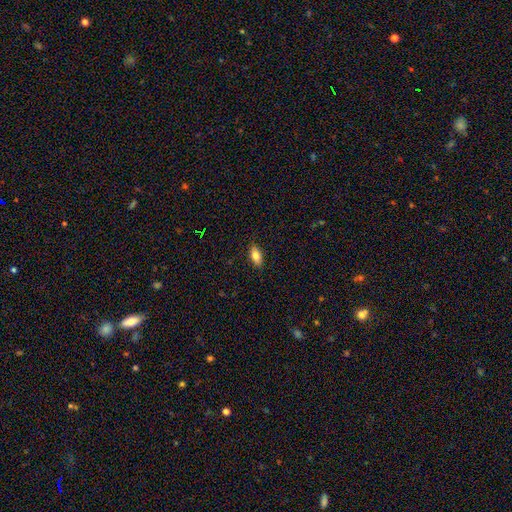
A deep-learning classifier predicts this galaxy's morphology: This appears to be a smooth galaxy with no disk features (80%) that is in between round and cigar-shaped (86%). Merging: none (88%).